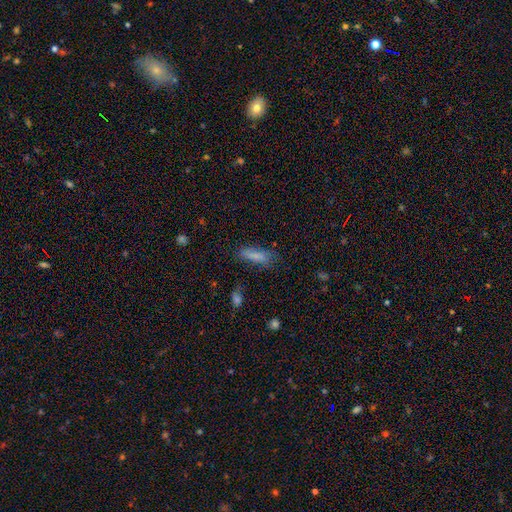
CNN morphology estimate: This is likely a smooth galaxy (78%). How rounded: possibly cigar-shaped (52%). Merging: likely none (68%).